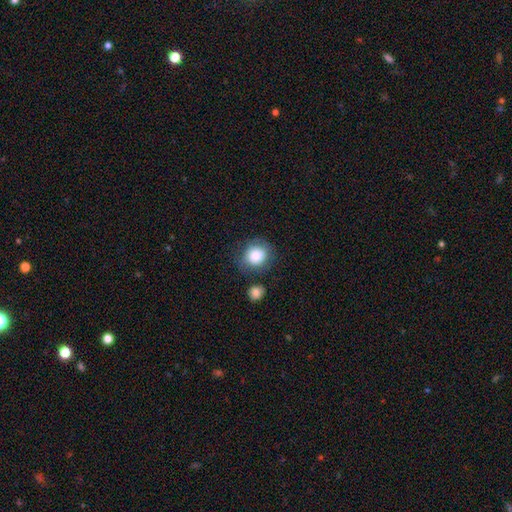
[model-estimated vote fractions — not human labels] Q: Smooth or featured?
A: smooth (84%); runner-up: featured or disk (8%)
Q: How rounded?
A: round (78%); runner-up: in between (21%)
Q: Merging?
A: none (69%); runner-up: minor disturbance (17%)